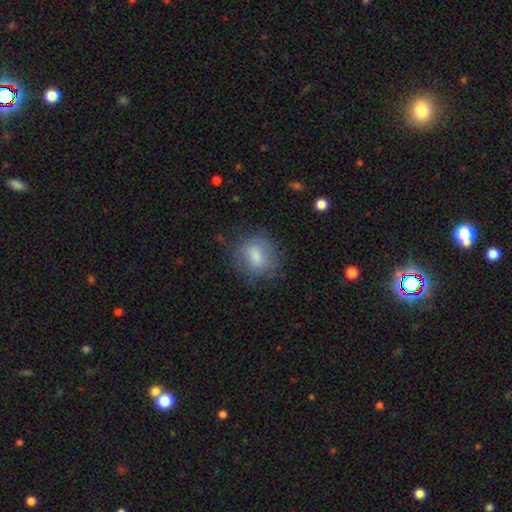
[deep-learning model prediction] Overall: smooth (78%). How rounded: round (69%; in between 30%). Merging: none (68%).